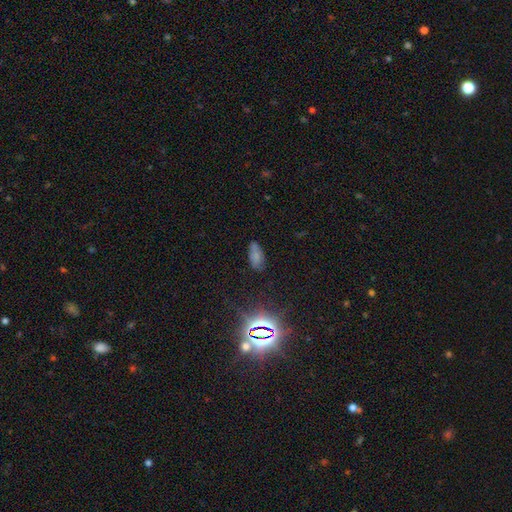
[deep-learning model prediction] A smooth galaxy with no disk features (61%) that is in between round and cigar-shaped (85%).

Vote fractions:
- Smooth or featured? smooth: 61% / star or artifact: 25% / featured or disk: 14%
- How rounded? in between: 85% / cigar-shaped: 11% / round: 4%
- Merging? none: 68% / minor disturbance: 22% / major disturbance: 6% / merger: 4%